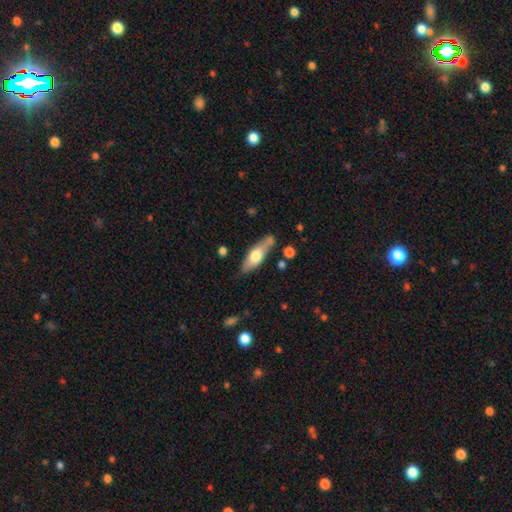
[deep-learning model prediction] Smooth or featured: smooth — 57% (featured or disk — 38%)
How rounded: in between — 51% (cigar-shaped — 46%)
Merging: none — 73% (minor disturbance — 17%)